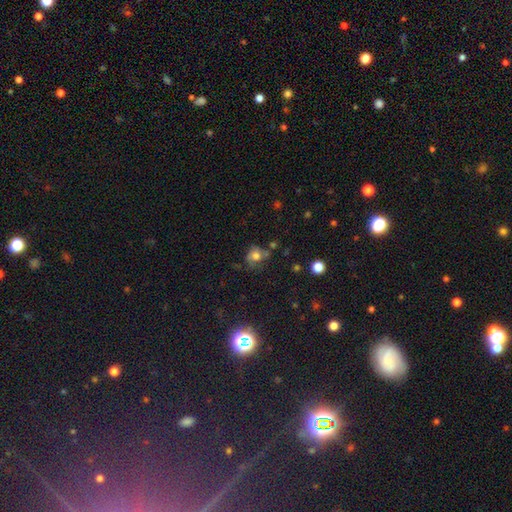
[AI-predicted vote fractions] Morphology: type=smooth (65%); roundness=round (66%); merging=none (50%).